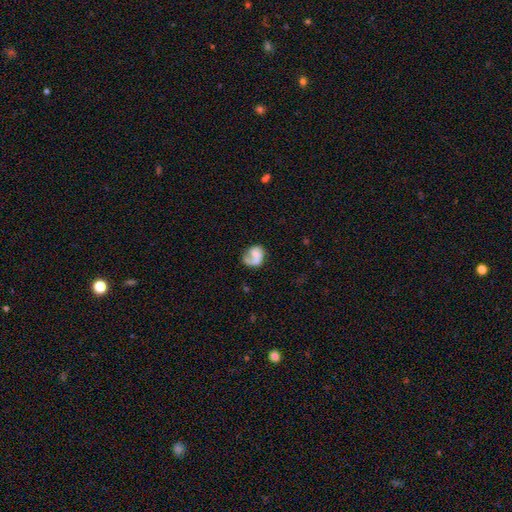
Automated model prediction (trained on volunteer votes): Smooth or featured?
  - featured or disk: 51% *
  - smooth: 42%
  - star or artifact: 8%
Edge-on disk?
  - no: 98% *
  - yes: 2%
Merging?
  - none: 36% *
  - major disturbance: 34%
  - minor disturbance: 20%
  - merger: 10%